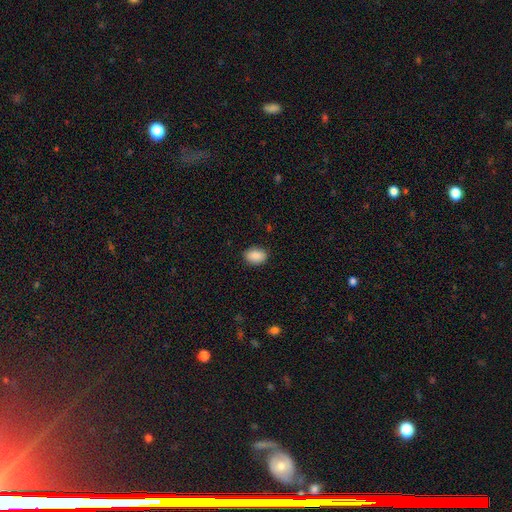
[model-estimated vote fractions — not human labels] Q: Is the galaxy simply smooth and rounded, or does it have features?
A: smooth — 88%.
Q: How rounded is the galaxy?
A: in between — 76%.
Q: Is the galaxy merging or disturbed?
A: none — 89%.